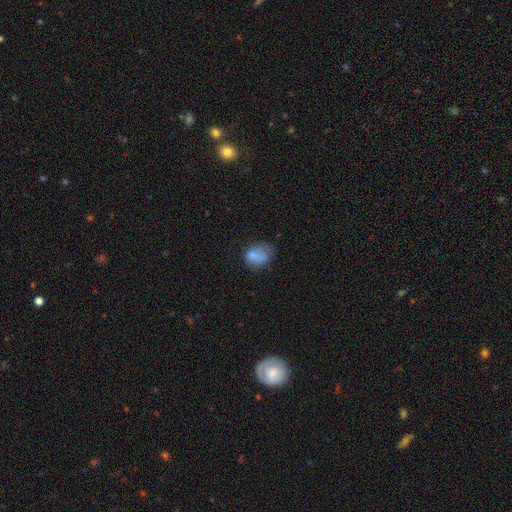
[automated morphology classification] type=smooth (77%); roundness=in between (63%); merging=none (40%).